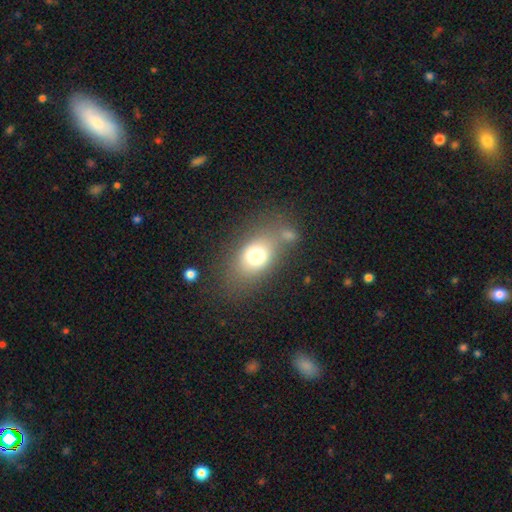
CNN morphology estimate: smooth 72%, featured or disk 17%, star or artifact 12%. Down the decision tree: how rounded — in between (74%); merging — none (62%).